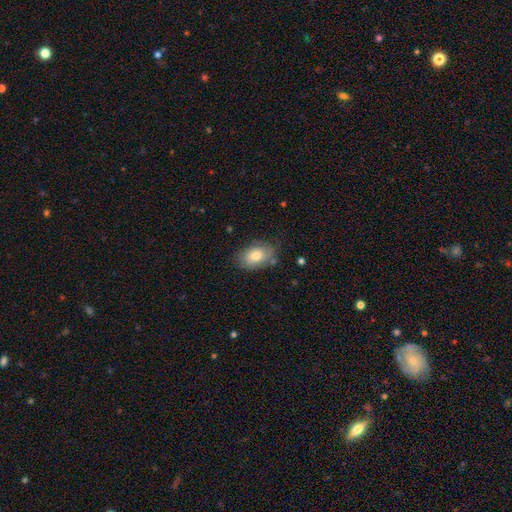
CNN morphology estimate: smooth-or-featured: smooth: 70% | featured or disk: 23% | star or artifact: 7%
  how-rounded: in between: 86% | round: 13% | cigar-shaped: 1%
  merging: none: 70% | minor disturbance: 22% | major disturbance: 6% | merger: 2%